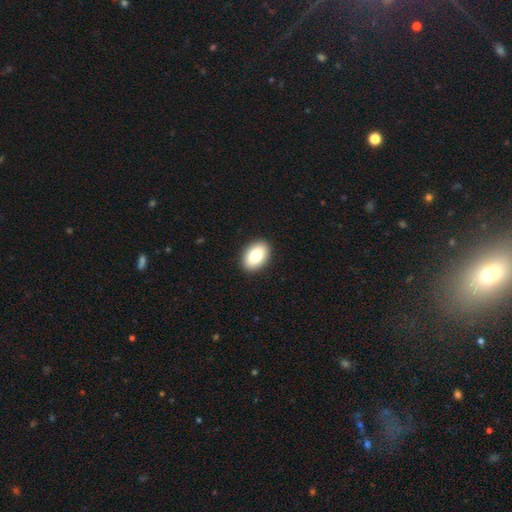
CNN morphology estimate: Overall: smooth (81%). How rounded: in between (87%). Merging: none (91%).